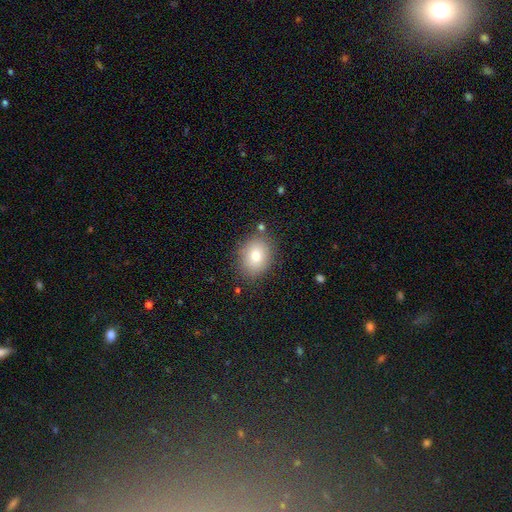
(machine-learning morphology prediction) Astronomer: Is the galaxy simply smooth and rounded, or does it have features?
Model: smooth — 80%.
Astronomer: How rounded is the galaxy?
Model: in between — 55% (runner-up: round, 44%).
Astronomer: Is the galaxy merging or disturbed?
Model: none — 82%.